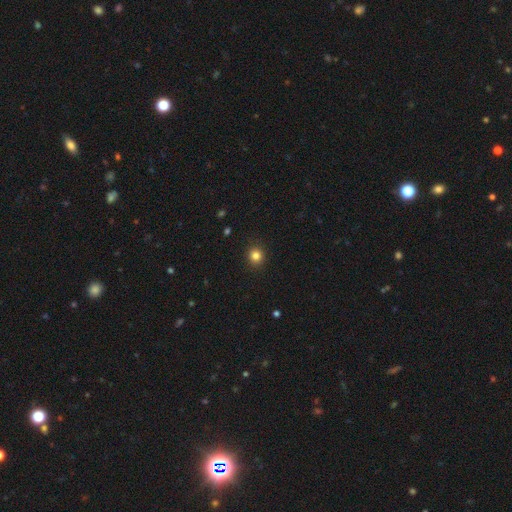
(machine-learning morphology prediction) Overall: smooth (83%). How rounded: round (90%). Merging: none (92%).